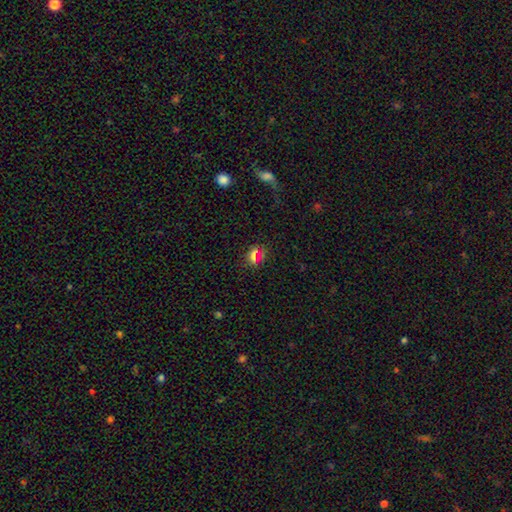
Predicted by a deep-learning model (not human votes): Smooth or featured? smooth (57%)
How rounded? round (54%)
Merging? none (83%)